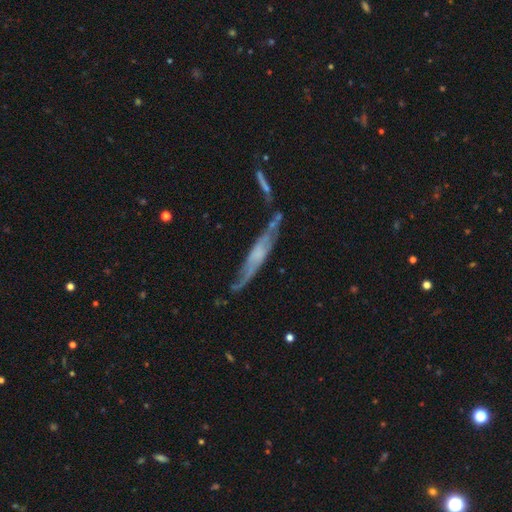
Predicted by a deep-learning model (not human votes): A featured or disk galaxy (67%) viewed edge-on (79%) with a rounded central bulge (48%).

Vote fractions:
- Smooth or featured? featured or disk: 67% / smooth: 22% / star or artifact: 11%
- Edge-on disk? yes: 79% / no: 21%
- Edge-on bulge? rounded: 48% / none: 37% / boxy: 15%
- Merging? none: 61% / minor disturbance: 19% / merger: 12% / major disturbance: 8%